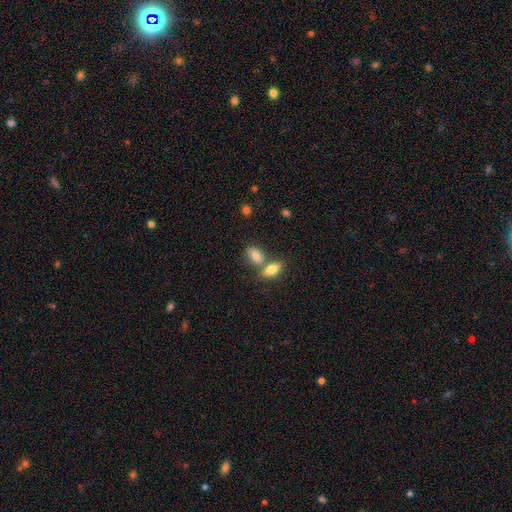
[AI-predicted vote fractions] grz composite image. It shows a smooth galaxy with no disk features (79%) that is in between round and cigar-shaped (83%). Merging: merger (43%).